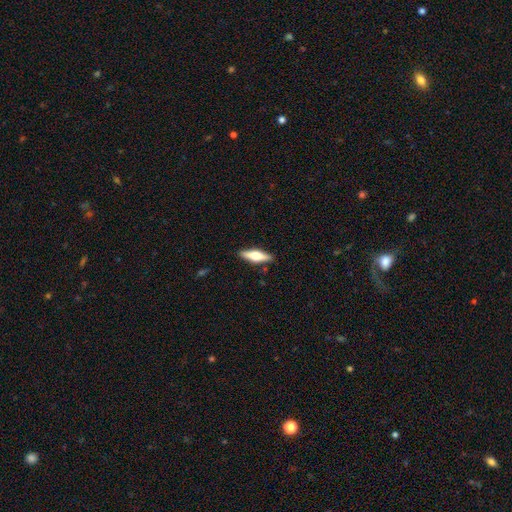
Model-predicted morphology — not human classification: smooth_or_featured: smooth (p=0.48) [alt: featured or disk p=0.46]
merging: none (p=0.89) [alt: minor disturbance p=0.08]